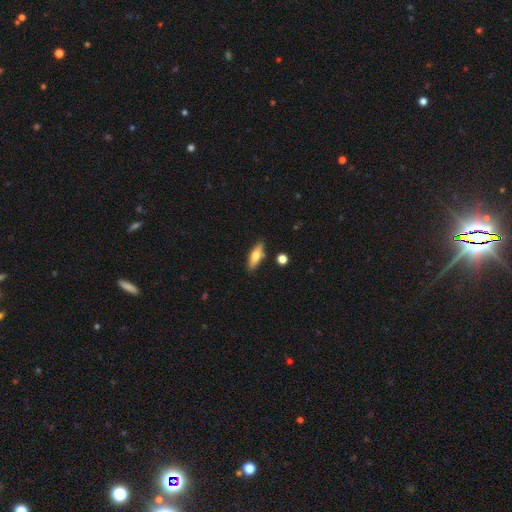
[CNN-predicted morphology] Smooth or featured? Predicted: smooth (p=0.64). How rounded? Predicted: in between (p=0.52). Merging? Predicted: none (p=0.80).